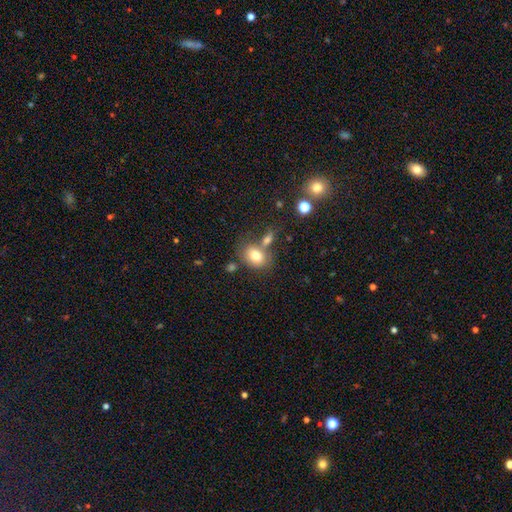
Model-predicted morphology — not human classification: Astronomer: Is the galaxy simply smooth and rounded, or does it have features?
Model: smooth — 77%.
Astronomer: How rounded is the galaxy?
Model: in between — 67%.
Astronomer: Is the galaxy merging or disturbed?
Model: none — 56%.